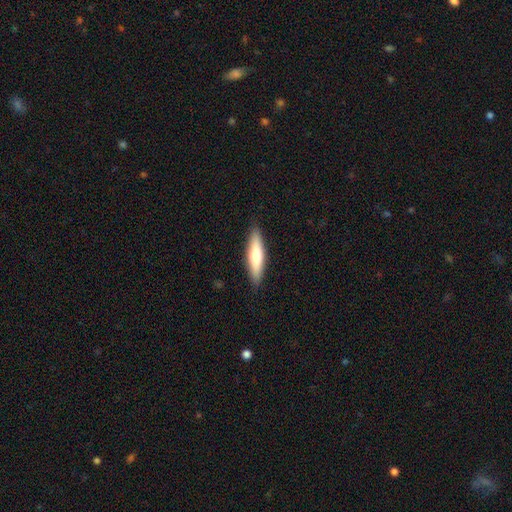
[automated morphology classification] The model was most divided on "smooth or featured": smooth: 62%, featured or disk: 33%, star or artifact: 5%. More confident: merging — none (89%); how rounded — cigar-shaped (74%).